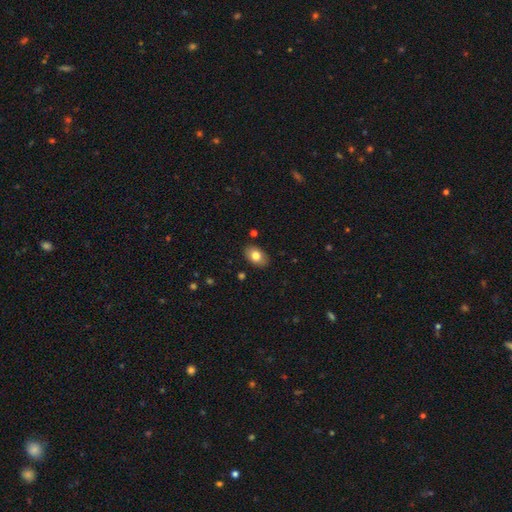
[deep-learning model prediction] Smooth or featured: smooth — 79% (featured or disk — 13%)
How rounded: in between — 85% (round — 14%)
Merging: none — 86% (minor disturbance — 10%)